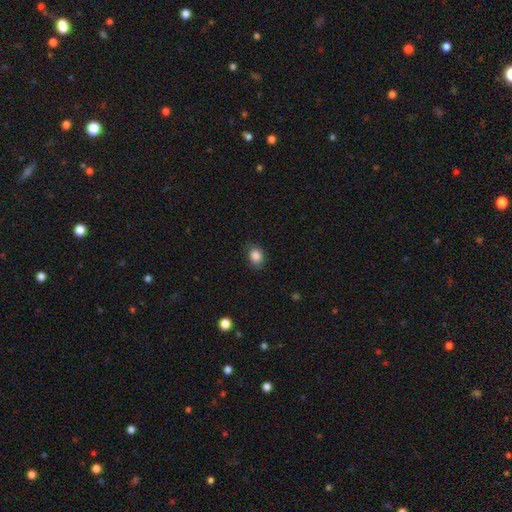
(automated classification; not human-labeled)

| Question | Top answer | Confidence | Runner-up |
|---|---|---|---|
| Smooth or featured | smooth | 86% | star or artifact (10%) |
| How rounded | in between | 50% | round (49%) |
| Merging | none | 80% | minor disturbance (15%) |